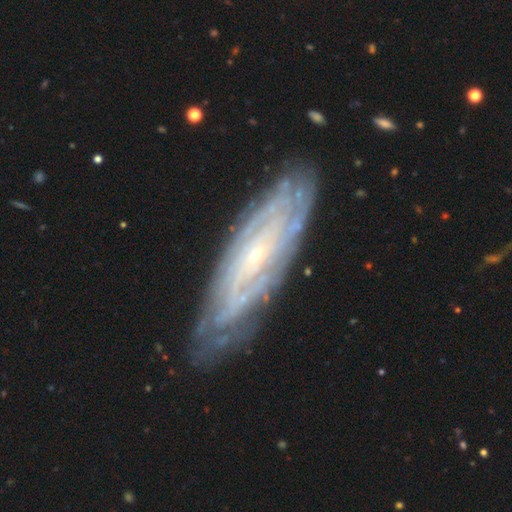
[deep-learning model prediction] smooth_or_featured: featured or disk (p=0.82) [alt: smooth p=0.12]
disk_edge_on: no (p=0.79) [alt: yes p=0.21]
bar: no (p=0.60) [alt: weak p=0.29]
has_spiral_arms: yes (p=0.91) [alt: no p=0.09]
spiral_winding: tight (p=0.78) [alt: medium p=0.17]
spiral_arm_count: can't tell (p=0.58) [alt: 2 p=0.12]
bulge_size: small (p=0.83) [alt: moderate p=0.12]
merging: none (p=0.79) [alt: minor disturbance p=0.16]